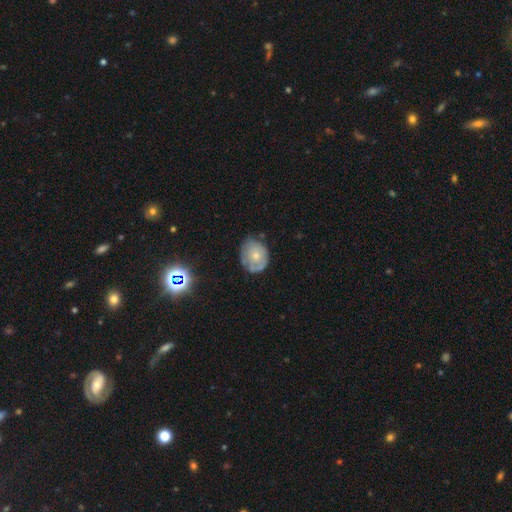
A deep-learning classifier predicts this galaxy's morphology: Smooth or featured? smooth (51%)
How rounded? round (52%)
Merging? none (56%)